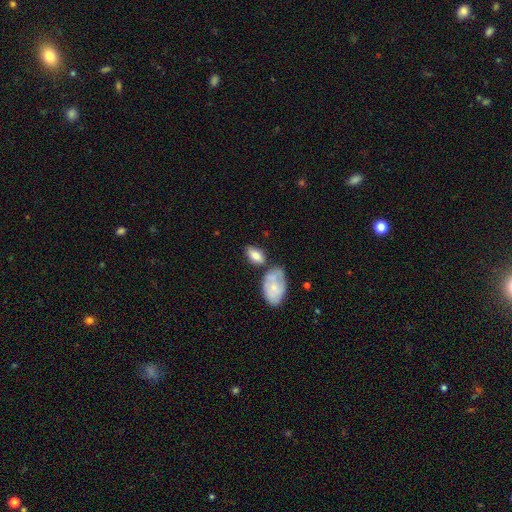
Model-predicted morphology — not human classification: A smooth galaxy with no disk features (78%) that is in between round and cigar-shaped (91%).

Vote fractions:
- Smooth or featured? smooth: 78% / featured or disk: 16% / star or artifact: 6%
- How rounded? in between: 91% / round: 6% / cigar-shaped: 4%
- Merging? none: 54% / merger: 20% / minor disturbance: 20% / major disturbance: 6%